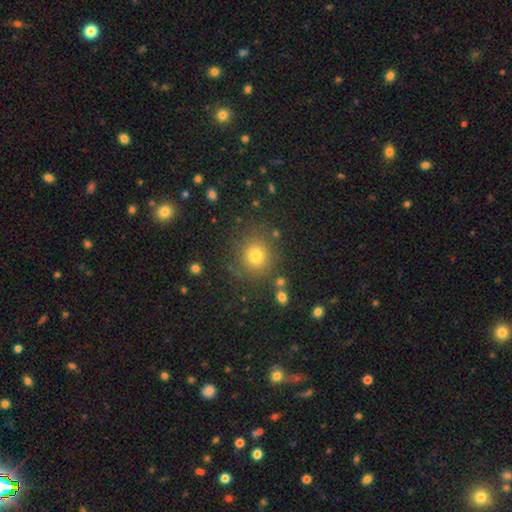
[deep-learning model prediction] The model was most divided on "smooth or featured": smooth: 77%, star or artifact: 16%, featured or disk: 7%. More confident: how rounded — round (91%); merging — none (84%).